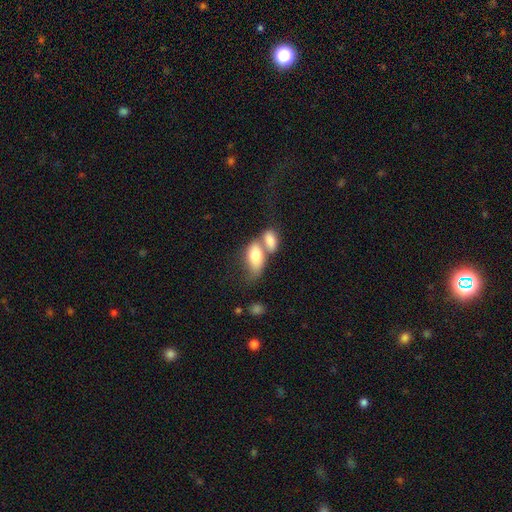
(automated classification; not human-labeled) This appears to be a smooth galaxy with no disk features (75%) that is in between round and cigar-shaped (89%). Merging: merger (68%).